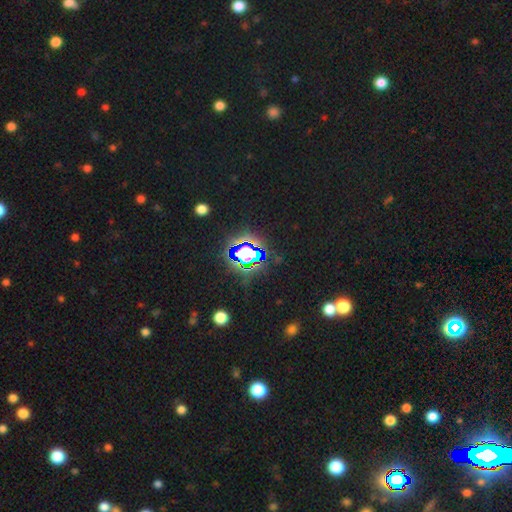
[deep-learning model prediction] Smooth or featured: star or artifact — 79% (smooth — 13%)